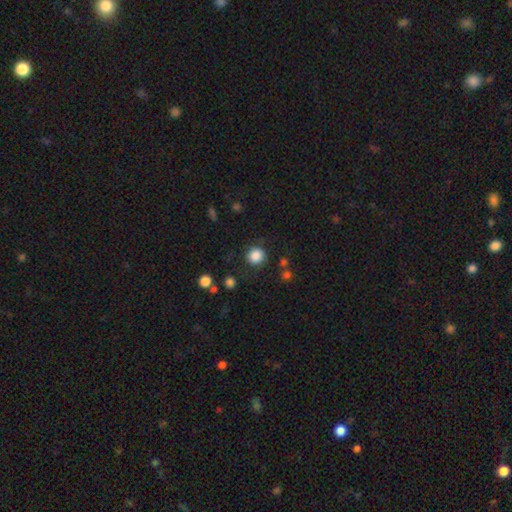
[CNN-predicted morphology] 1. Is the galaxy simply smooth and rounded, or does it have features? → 86% smooth, 10% star or artifact, 4% featured or disk.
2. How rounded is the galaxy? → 91% round, 8% in between, 1% cigar-shaped.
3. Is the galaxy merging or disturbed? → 84% none, 9% minor disturbance, 4% major disturbance, 3% merger.